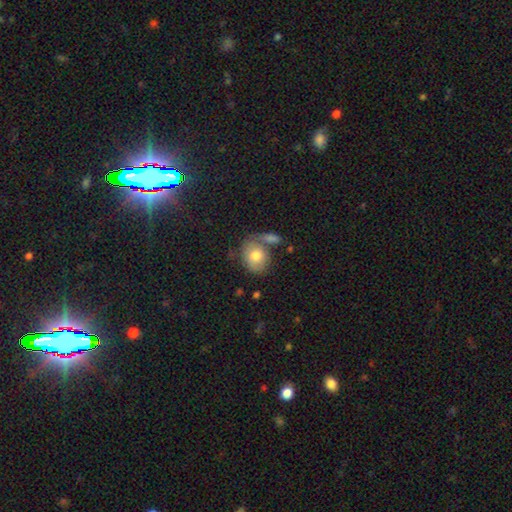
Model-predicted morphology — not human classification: Q: Smooth or featured?
A: smooth (75%); runner-up: featured or disk (17%)
Q: How rounded?
A: round (53%); runner-up: in between (46%)
Q: Merging?
A: none (48%); runner-up: merger (24%)